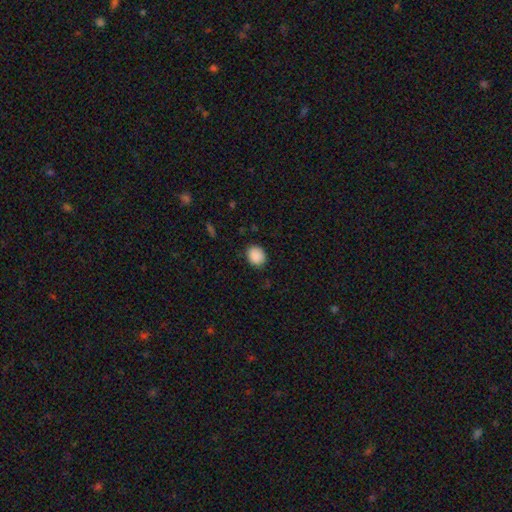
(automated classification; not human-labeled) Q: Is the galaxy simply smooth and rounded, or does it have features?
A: smooth — 89%.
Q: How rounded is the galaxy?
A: round — 66%.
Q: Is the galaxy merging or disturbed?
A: none — 87%.